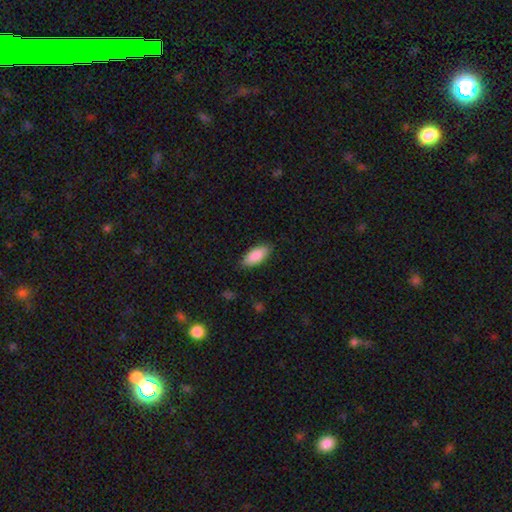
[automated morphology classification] smooth 89%, featured or disk 6%, star or artifact 6%. Down the decision tree: how rounded — in between (87%); merging — none (85%).